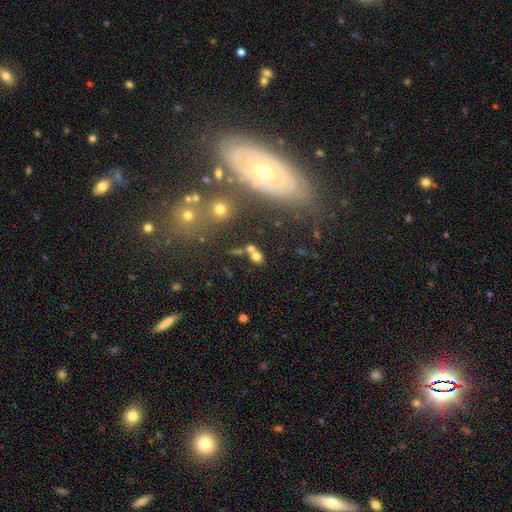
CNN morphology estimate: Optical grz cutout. It shows a smooth galaxy with no disk features (69%) that is in between round and cigar-shaped (63%). Merging: none (49%).